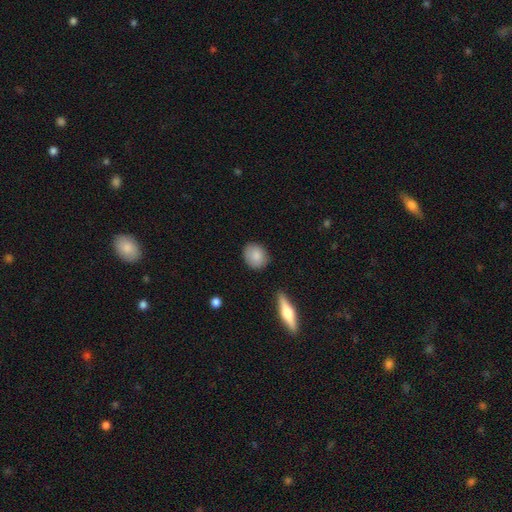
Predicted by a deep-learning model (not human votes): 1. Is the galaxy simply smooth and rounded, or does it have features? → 86% smooth, 7% featured or disk, 6% star or artifact.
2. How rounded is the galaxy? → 64% round, 34% in between, 2% cigar-shaped.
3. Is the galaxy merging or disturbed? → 83% none, 13% minor disturbance, 3% major disturbance, 2% merger.